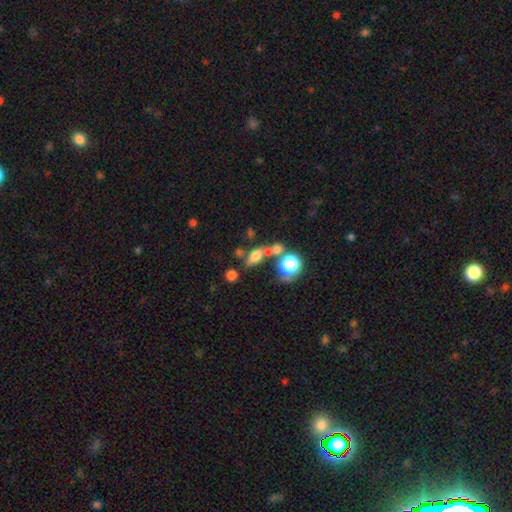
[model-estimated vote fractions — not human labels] A smooth galaxy with no disk features (62%) that is in between round and cigar-shaped (60%).

Vote fractions:
- Smooth or featured? smooth: 62% / featured or disk: 22% / star or artifact: 16%
- How rounded? in between: 60% / round: 27% / cigar-shaped: 13%
- Merging? none: 44% / merger: 32% / minor disturbance: 14% / major disturbance: 10%